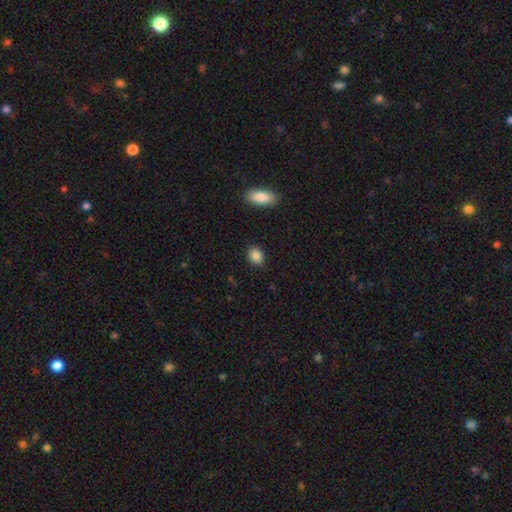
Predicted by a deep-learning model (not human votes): This appears to be a smooth galaxy with no disk features (88%) that is in between round and cigar-shaped (61%). Merging: none (84%).